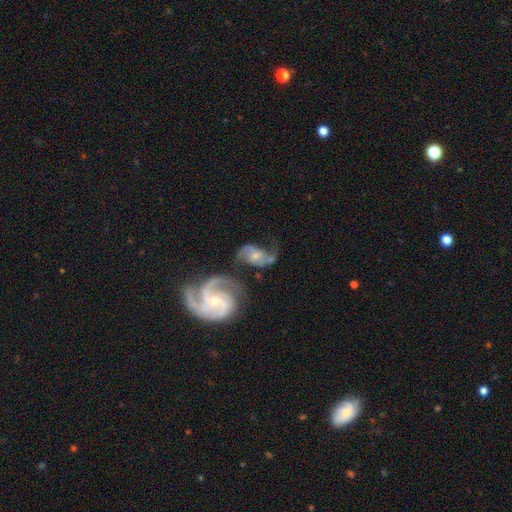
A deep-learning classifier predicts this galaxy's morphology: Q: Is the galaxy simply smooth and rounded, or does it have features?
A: featured or disk — 80%.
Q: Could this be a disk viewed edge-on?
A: no — 97%.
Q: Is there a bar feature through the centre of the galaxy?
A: no — 54%.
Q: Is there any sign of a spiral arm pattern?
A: yes — 95%.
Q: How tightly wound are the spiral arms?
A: medium — 45%.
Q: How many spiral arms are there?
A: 2 — 76%.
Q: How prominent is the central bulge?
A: small — 58%.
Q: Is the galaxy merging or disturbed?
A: none — 38%.